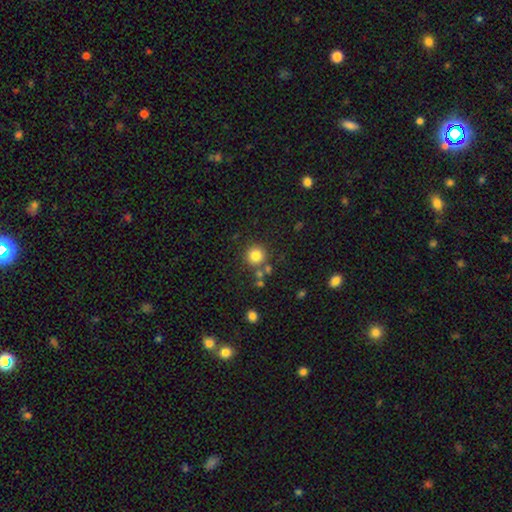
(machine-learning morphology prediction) Smooth or featured?
  - smooth: 81% *
  - star or artifact: 12%
  - featured or disk: 7%
How rounded?
  - round: 94% *
  - in between: 5%
  - cigar-shaped: 1%
Merging?
  - none: 78% *
  - merger: 10%
  - minor disturbance: 9%
  - major disturbance: 3%